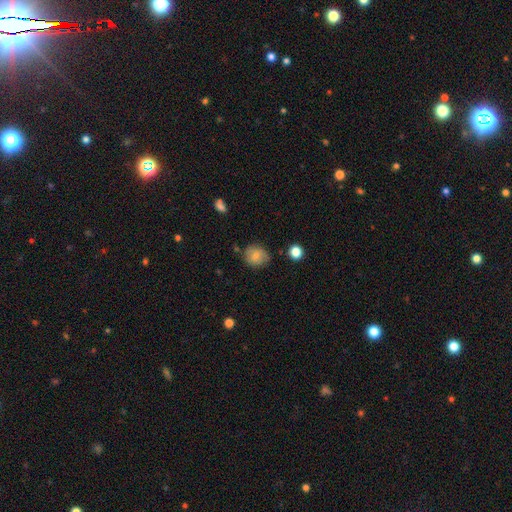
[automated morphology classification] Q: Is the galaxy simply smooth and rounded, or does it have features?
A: smooth — 76%.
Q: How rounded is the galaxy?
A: round — 70%.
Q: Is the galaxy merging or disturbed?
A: none — 71%.